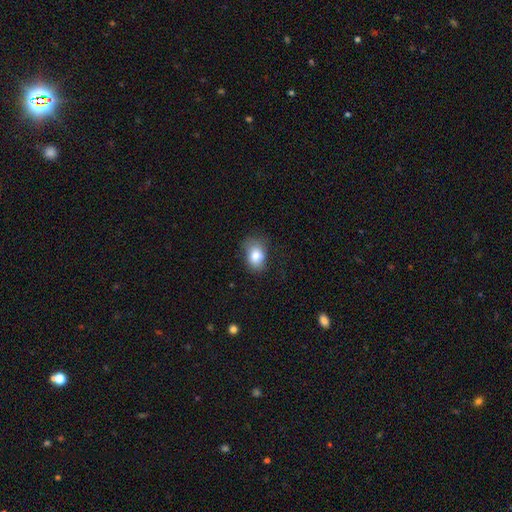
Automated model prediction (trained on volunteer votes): This appears to be a smooth galaxy with no disk features (81%) that is in between round and cigar-shaped (70%). Merging: none (63%).